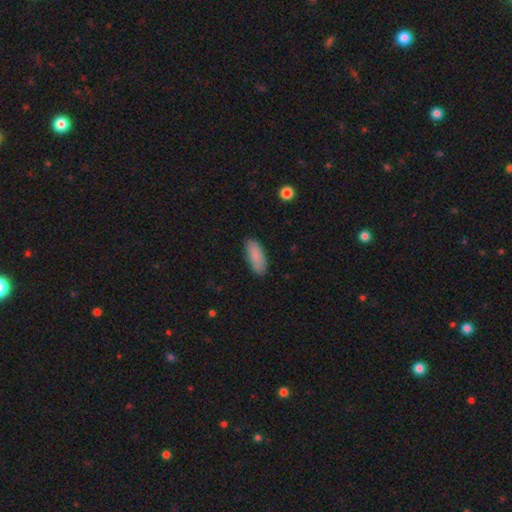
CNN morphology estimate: Q: Smooth or featured?
A: smooth (88%); runner-up: featured or disk (6%)
Q: How rounded?
A: in between (79%); runner-up: cigar-shaped (19%)
Q: Merging?
A: none (85%); runner-up: minor disturbance (12%)